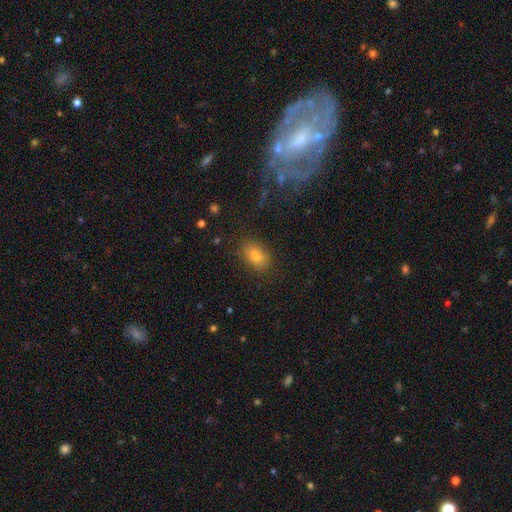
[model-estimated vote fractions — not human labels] Q: Smooth or featured?
A: smooth (76%); runner-up: star or artifact (14%)
Q: How rounded?
A: in between (81%); runner-up: round (17%)
Q: Merging?
A: none (85%); runner-up: minor disturbance (10%)